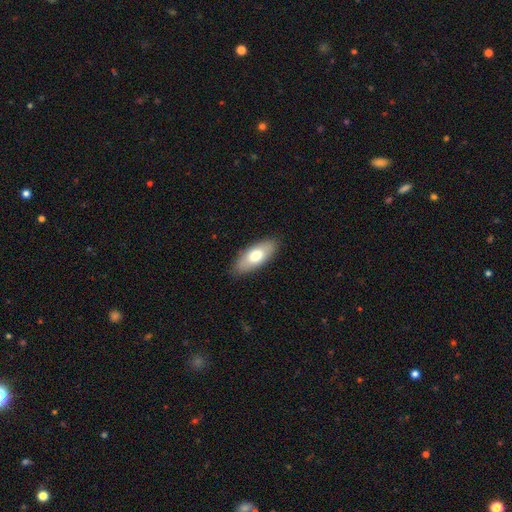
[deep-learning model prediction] This appears to be a smooth galaxy with no disk features (71%) that is in between round and cigar-shaped (84%). Merging: none (87%).